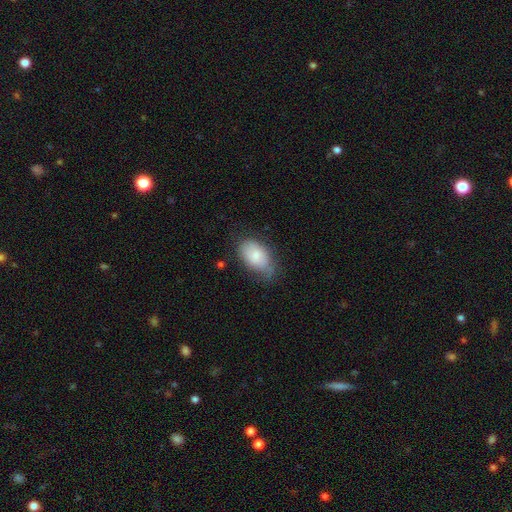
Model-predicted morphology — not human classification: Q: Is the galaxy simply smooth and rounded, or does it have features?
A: smooth — 77%.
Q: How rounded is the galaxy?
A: in between — 92%.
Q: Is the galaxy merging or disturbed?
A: none — 47%.